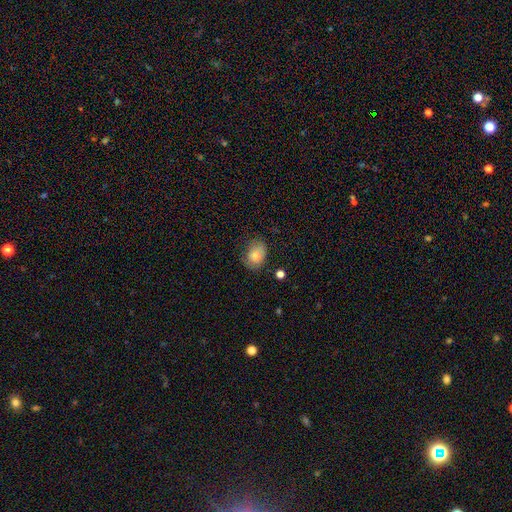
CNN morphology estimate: Overall: smooth (77%). How rounded: in between (68%; round 31%). Merging: none (61%; minor disturbance 28%).